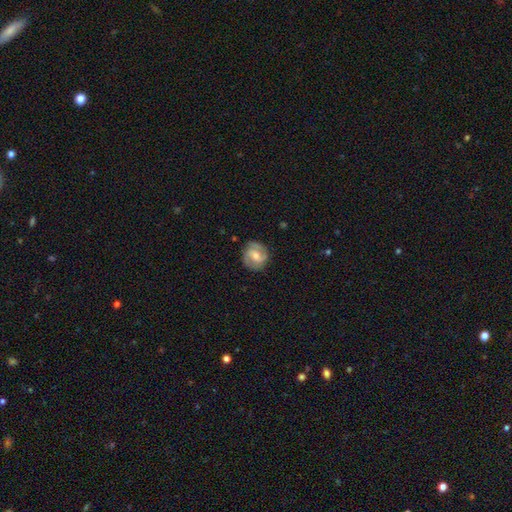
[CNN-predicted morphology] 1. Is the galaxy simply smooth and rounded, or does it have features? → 69% featured or disk, 25% smooth, 6% star or artifact.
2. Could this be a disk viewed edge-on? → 97% no, 3% yes.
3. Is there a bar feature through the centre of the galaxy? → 50% weak, 30% no, 21% strong.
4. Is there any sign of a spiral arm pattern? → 90% yes, 10% no.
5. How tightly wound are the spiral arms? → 43% medium, 42% tight, 14% loose.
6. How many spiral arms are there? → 79% 2, 10% can't tell, 6% 3, 2% 1, 2% 4, 1% more than 4.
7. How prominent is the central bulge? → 60% moderate, 32% small, 4% large, 2% none, 1% dominant.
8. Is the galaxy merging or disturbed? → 81% none, 13% minor disturbance, 4% major disturbance, 1% merger.